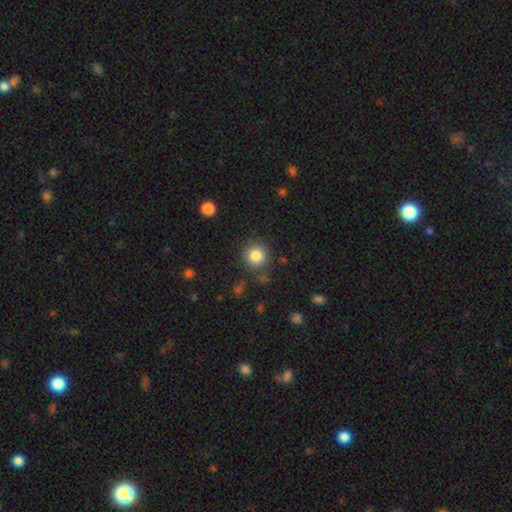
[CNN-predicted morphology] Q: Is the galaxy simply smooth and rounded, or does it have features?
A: smooth — 84%.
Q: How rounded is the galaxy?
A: round — 92%.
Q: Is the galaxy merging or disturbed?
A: none — 84%.